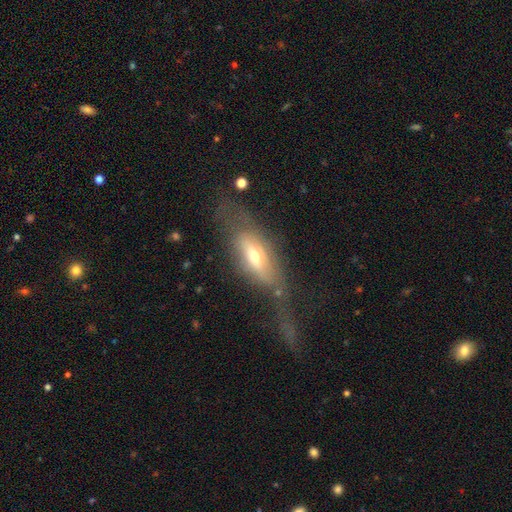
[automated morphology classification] Smooth or featured?
  - featured or disk: 55% *
  - smooth: 37%
  - star or artifact: 8%
Edge-on disk?
  - yes: 54% *
  - no: 46%
Merging?
  - major disturbance: 39% *
  - none: 35%
  - minor disturbance: 21%
  - merger: 5%